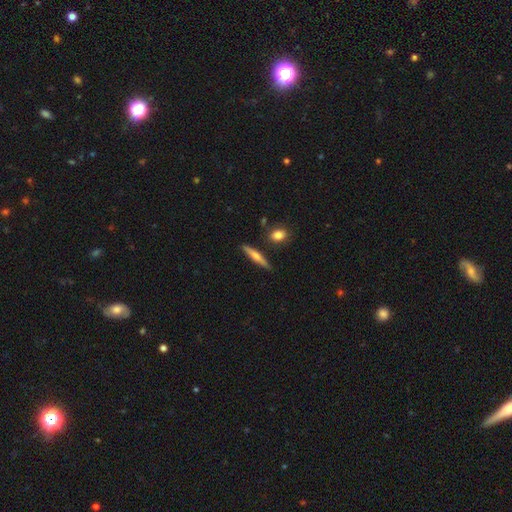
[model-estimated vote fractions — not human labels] A featured or disk galaxy (52%) viewed edge-on (96%).

Vote fractions:
- Smooth or featured? featured or disk: 52% / smooth: 42% / star or artifact: 6%
- Edge-on disk? yes: 96% / no: 4%
- Merging? none: 85% / minor disturbance: 10% / merger: 3% / major disturbance: 2%